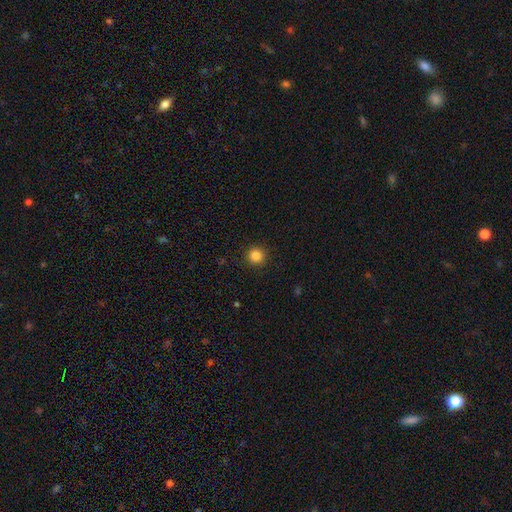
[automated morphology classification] smooth_or_featured: smooth (p=0.85) [alt: star or artifact p=0.11]
how_rounded: round (p=0.95) [alt: in between p=0.04]
merging: none (p=0.92) [alt: minor disturbance p=0.05]